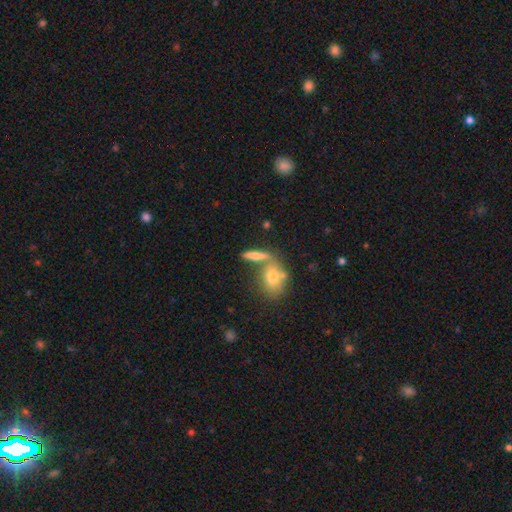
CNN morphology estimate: type=smooth (60%); roundness=cigar-shaped (55%); merging=none (52%).